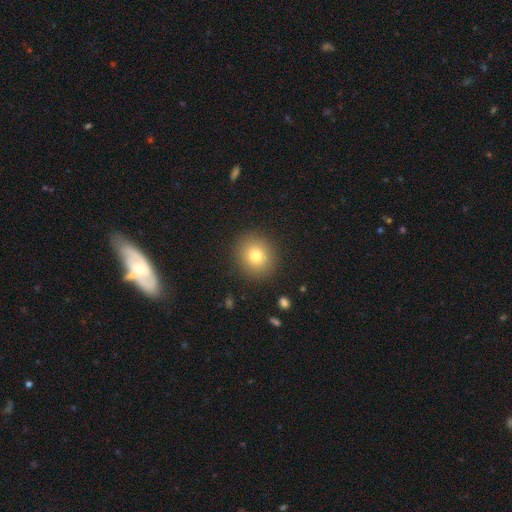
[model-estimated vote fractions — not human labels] Smooth or featured: smooth — 77% (star or artifact — 12%)
How rounded: round — 86% (in between — 13%)
Merging: none — 90% (minor disturbance — 6%)